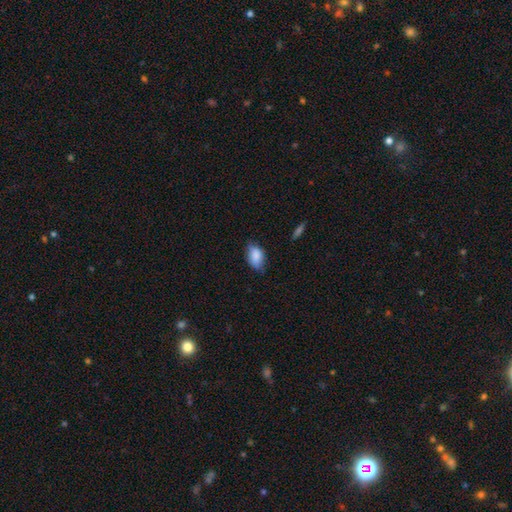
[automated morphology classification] Smooth or featured?
  - smooth: 84% *
  - featured or disk: 9%
  - star or artifact: 7%
How rounded?
  - in between: 89% *
  - round: 9%
  - cigar-shaped: 2%
Merging?
  - none: 63% *
  - minor disturbance: 30%
  - major disturbance: 5%
  - merger: 1%